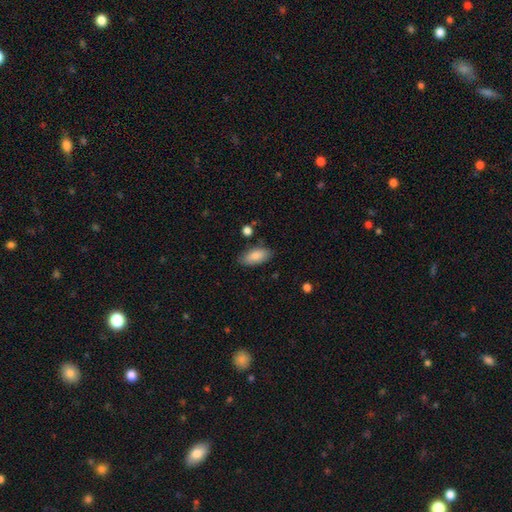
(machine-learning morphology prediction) smooth-or-featured: smooth: 85% | featured or disk: 9% | star or artifact: 6%
  how-rounded: in between: 90% | cigar-shaped: 8% | round: 2%
  merging: none: 81% | minor disturbance: 14% | major disturbance: 3% | merger: 3%